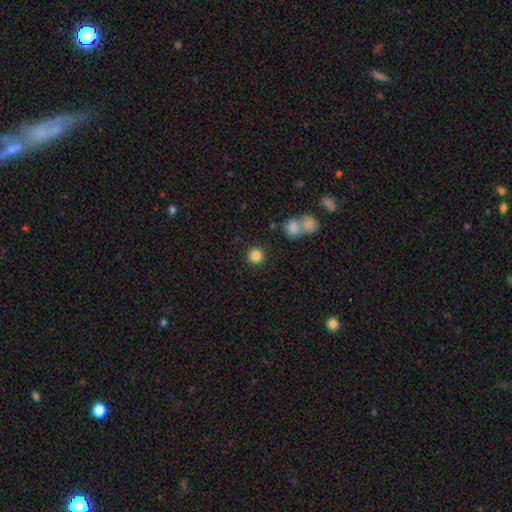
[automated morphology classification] Smooth or featured?
  - smooth: 84% *
  - star or artifact: 11%
  - featured or disk: 5%
How rounded?
  - round: 94% *
  - in between: 5%
  - cigar-shaped: 1%
Merging?
  - none: 88% *
  - minor disturbance: 5%
  - merger: 4%
  - major disturbance: 2%